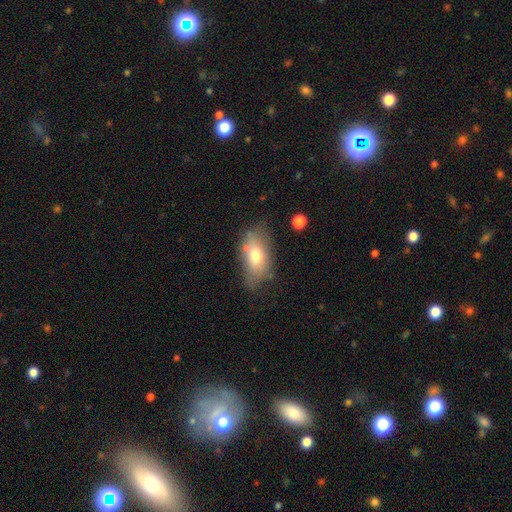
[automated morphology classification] A smooth galaxy with no disk features (70%) that is in between round and cigar-shaped (89%).

Vote fractions:
- Smooth or featured? smooth: 70% / featured or disk: 22% / star or artifact: 8%
- How rounded? in between: 89% / round: 6% / cigar-shaped: 4%
- Merging? none: 61% / minor disturbance: 26% / major disturbance: 8% / merger: 4%